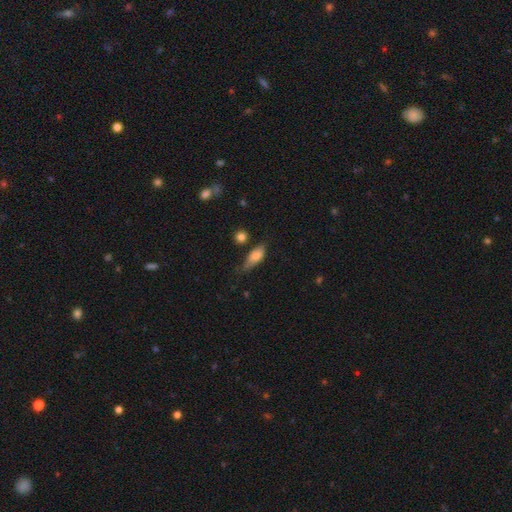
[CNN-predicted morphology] Q: Smooth or featured?
A: smooth (68%); runner-up: featured or disk (24%)
Q: How rounded?
A: in between (69%); runner-up: cigar-shaped (26%)
Q: Merging?
A: none (47%); runner-up: minor disturbance (36%)